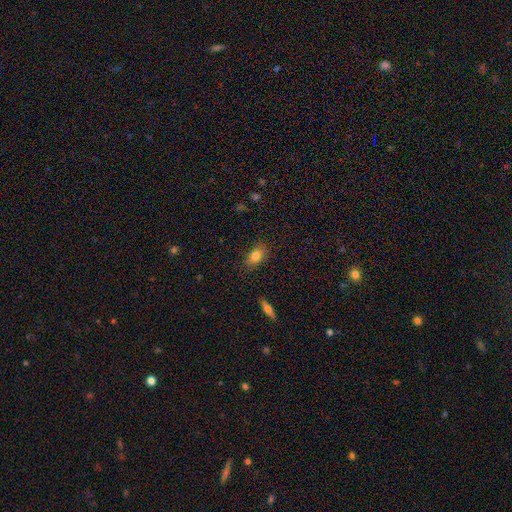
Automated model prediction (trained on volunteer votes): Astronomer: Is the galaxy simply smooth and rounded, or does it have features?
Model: smooth — 81%.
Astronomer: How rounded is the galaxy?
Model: in between — 82%.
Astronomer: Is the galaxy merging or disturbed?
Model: none — 82%.